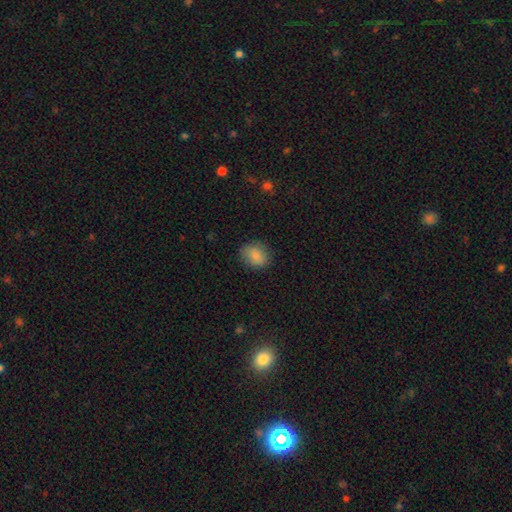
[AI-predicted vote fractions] Q: Smooth or featured?
A: smooth (85%); runner-up: star or artifact (8%)
Q: How rounded?
A: in between (53%); runner-up: round (46%)
Q: Merging?
A: none (83%); runner-up: minor disturbance (12%)